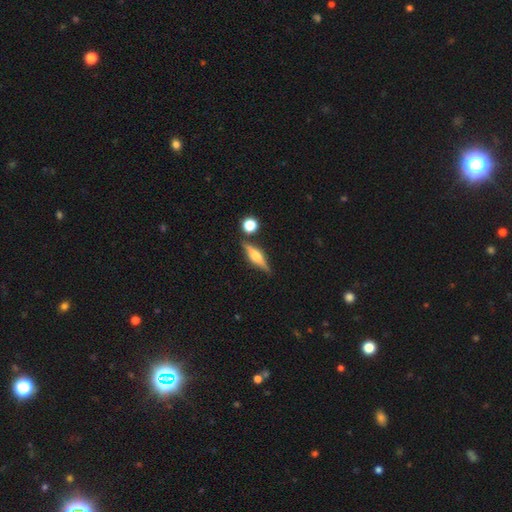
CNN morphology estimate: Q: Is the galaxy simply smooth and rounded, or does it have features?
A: featured or disk — 69%.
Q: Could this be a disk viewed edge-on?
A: yes — 96%.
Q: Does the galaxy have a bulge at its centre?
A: rounded — 83%.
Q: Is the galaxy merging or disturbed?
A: none — 82%.